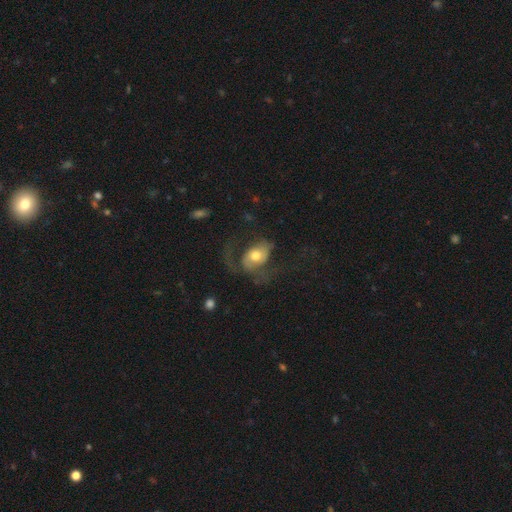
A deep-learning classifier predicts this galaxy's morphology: Smooth or featured?
  - featured or disk: 53% *
  - smooth: 40%
  - star or artifact: 7%
Edge-on disk?
  - no: 96% *
  - yes: 4%
Bar?
  - no: 71% *
  - weak: 21%
  - strong: 7%
Spiral arms?
  - yes: 67% *
  - no: 33%
Bulge size?
  - moderate: 68% *
  - large: 18%
  - small: 11%
  - dominant: 2%
  - none: 1%
Merging?
  - major disturbance: 49% *
  - none: 32%
  - minor disturbance: 17%
  - merger: 3%